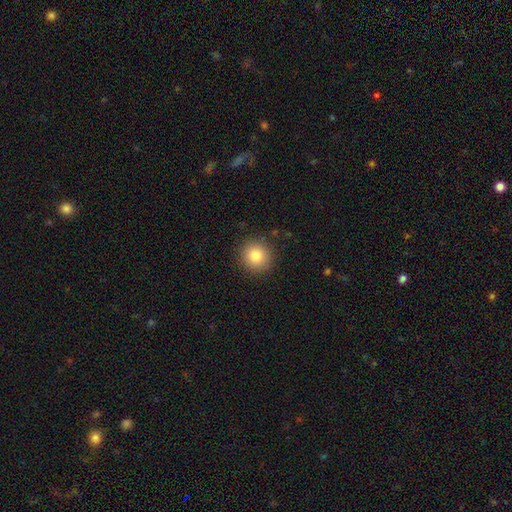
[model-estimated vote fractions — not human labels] Overall: smooth (82%). How rounded: round (93%). Merging: none (90%).